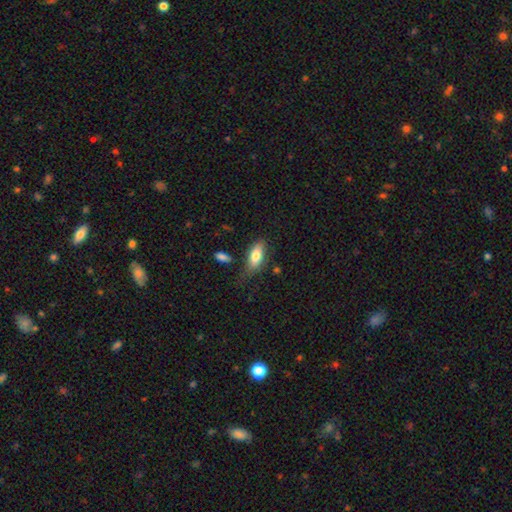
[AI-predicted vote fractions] This appears to be a smooth galaxy with no disk features (77%) that is in between round and cigar-shaped (84%). Merging: none (64%).